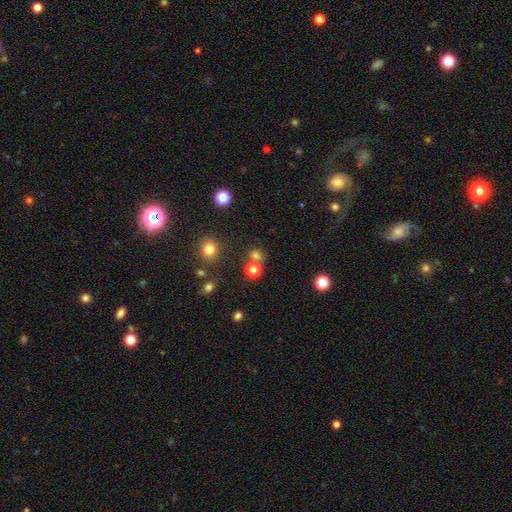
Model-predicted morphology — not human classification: type=smooth (71%); roundness=round (82%); merging=none (67%).